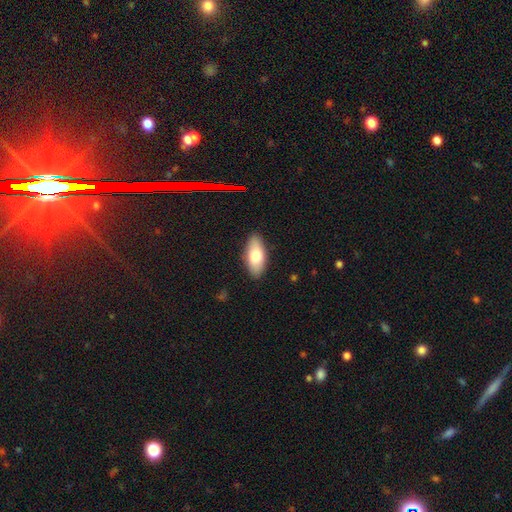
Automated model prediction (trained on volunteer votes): Smooth or featured: smooth — 77% (featured or disk — 17%)
How rounded: in between — 87% (cigar-shaped — 10%)
Merging: none — 87% (minor disturbance — 10%)